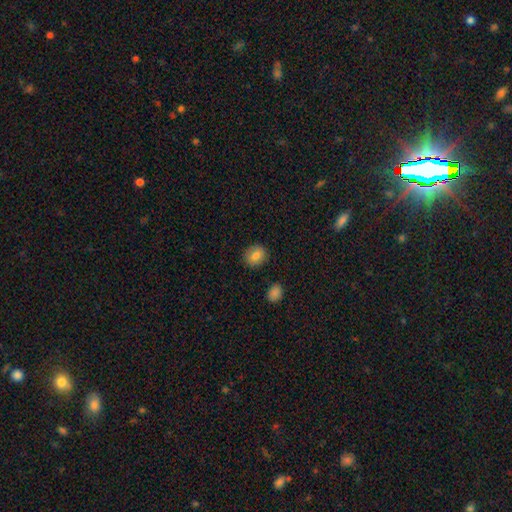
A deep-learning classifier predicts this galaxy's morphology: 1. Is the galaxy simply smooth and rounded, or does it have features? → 83% smooth, 9% star or artifact, 8% featured or disk.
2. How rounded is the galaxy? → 67% round, 33% in between, 1% cigar-shaped.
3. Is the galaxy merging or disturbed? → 88% none, 8% minor disturbance, 2% major disturbance, 2% merger.